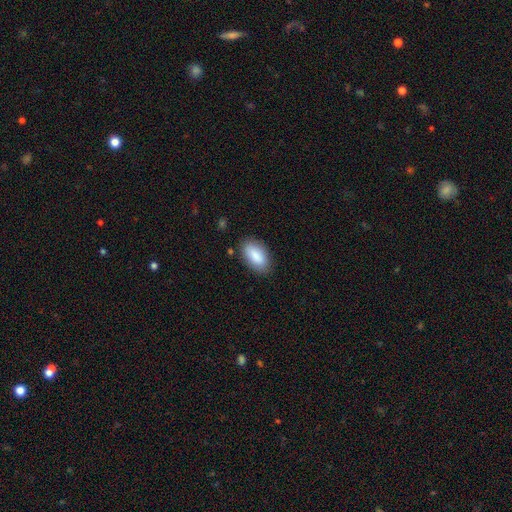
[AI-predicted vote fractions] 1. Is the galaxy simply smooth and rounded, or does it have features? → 87% smooth, 7% featured or disk, 6% star or artifact.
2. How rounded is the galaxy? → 93% in between, 4% cigar-shaped, 3% round.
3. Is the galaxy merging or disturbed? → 83% none, 12% minor disturbance, 3% major disturbance, 2% merger.